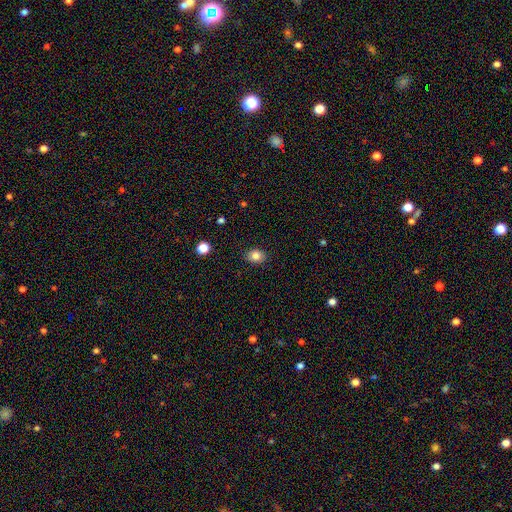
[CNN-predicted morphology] A smooth galaxy with no disk features (83%) that is in between round and cigar-shaped (52%).

Vote fractions:
- Smooth or featured? smooth: 83% / star or artifact: 10% / featured or disk: 7%
- How rounded? in between: 52% / round: 47% / cigar-shaped: 1%
- Merging? none: 87% / minor disturbance: 9% / major disturbance: 2% / merger: 1%